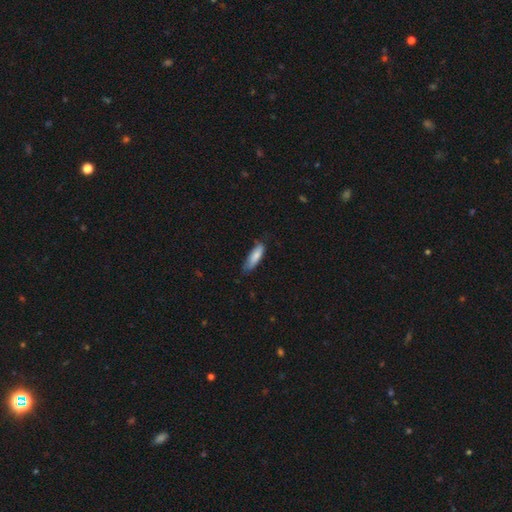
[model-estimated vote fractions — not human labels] The model was most divided on "how rounded": cigar-shaped: 51%, in between: 48%, round: 2%. More confident: smooth or featured — smooth (83%); merging — none (60%).